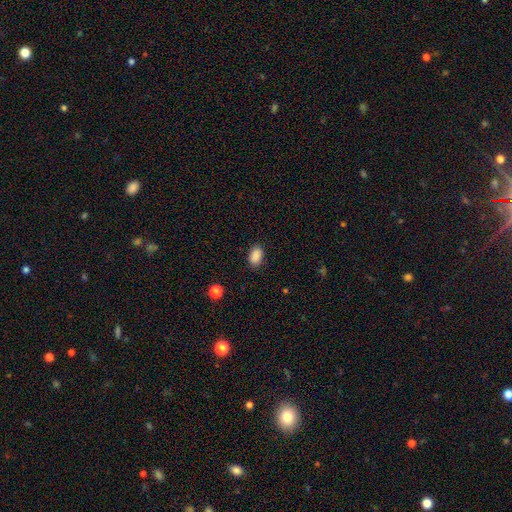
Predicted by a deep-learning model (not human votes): The model was most divided on "merging": none: 86%, minor disturbance: 11%, major disturbance: 3%, merger: 1%. More confident: how rounded — in between (89%); smooth or featured — smooth (89%).